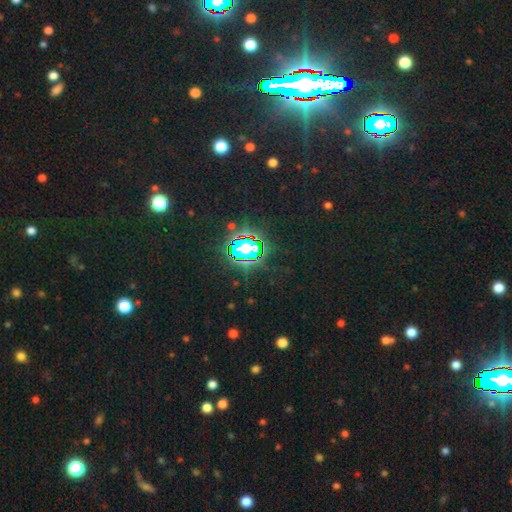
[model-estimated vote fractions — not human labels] The model was most divided on "smooth or featured": star or artifact: 76%, smooth: 15%, featured or disk: 9%.